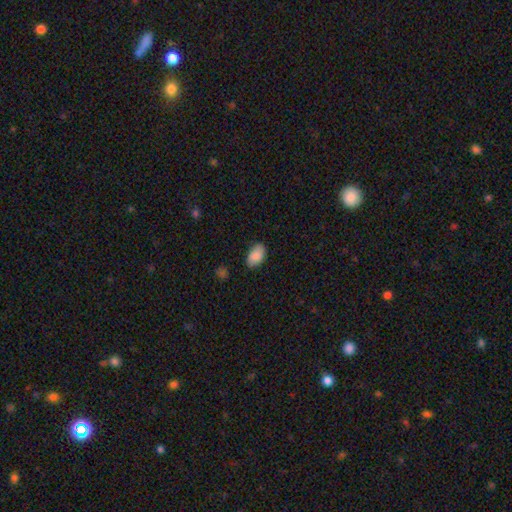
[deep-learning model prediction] Smooth or featured? smooth (87%)
How rounded? in between (92%)
Merging? none (81%)